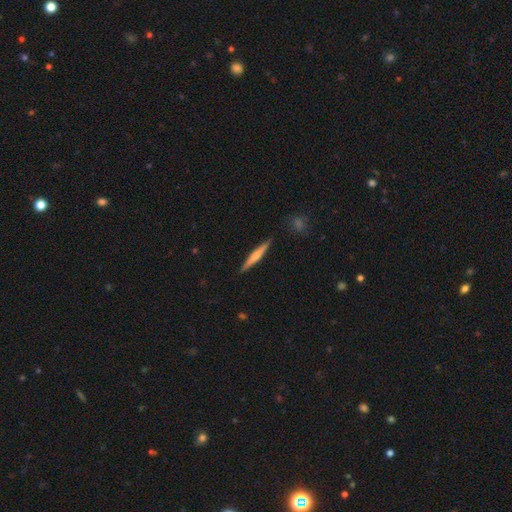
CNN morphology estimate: smooth_or_featured: smooth (p=0.48) [alt: featured or disk p=0.47]
merging: none (p=0.89) [alt: minor disturbance p=0.08]